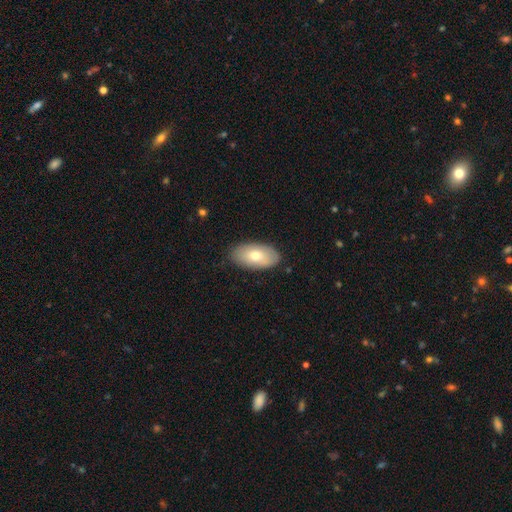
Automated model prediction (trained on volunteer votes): smooth 72%, featured or disk 22%, star or artifact 6%. Down the decision tree: how rounded — in between (94%); merging — none (85%).